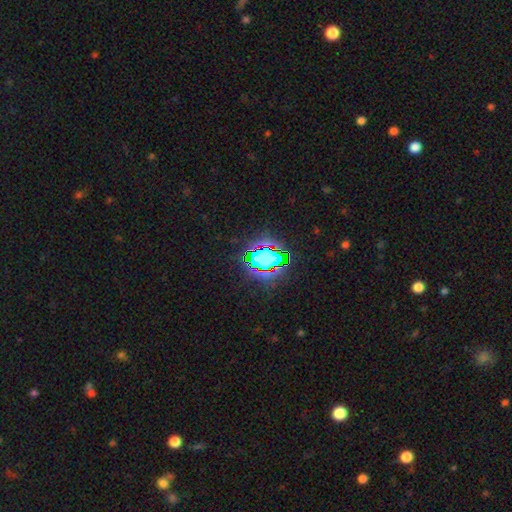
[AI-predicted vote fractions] The model was most divided on "smooth or featured": star or artifact: 75%, smooth: 15%, featured or disk: 10%.